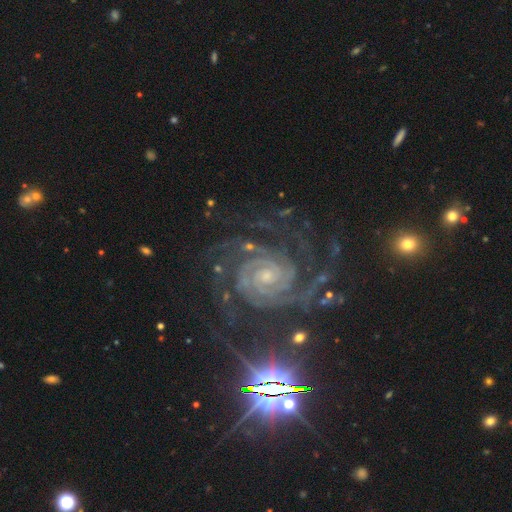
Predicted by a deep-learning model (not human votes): A featured or disk galaxy (83%) with no bar (67%), 2 (25%) tight (70%) spiral arms (98%) and a small central bulge (73%).

Vote fractions:
- Smooth or featured? featured or disk: 83% / star or artifact: 13% / smooth: 5%
- Edge-on disk? no: 97% / yes: 3%
- Bar? no: 67% / weak: 23% / strong: 10%
- Spiral arms? yes: 98% / no: 2%
- Spiral winding? tight: 70% / medium: 26% / loose: 4%
- Spiral arm count? 2: 25% / can't tell: 22% / 3: 19% / 4: 15% / more than 4: 11% / 1: 8%
- Bulge size? small: 73% / moderate: 21% / none: 3% / large: 2% / dominant: 1%
- Merging? none: 74% / minor disturbance: 14% / major disturbance: 10% / merger: 2%